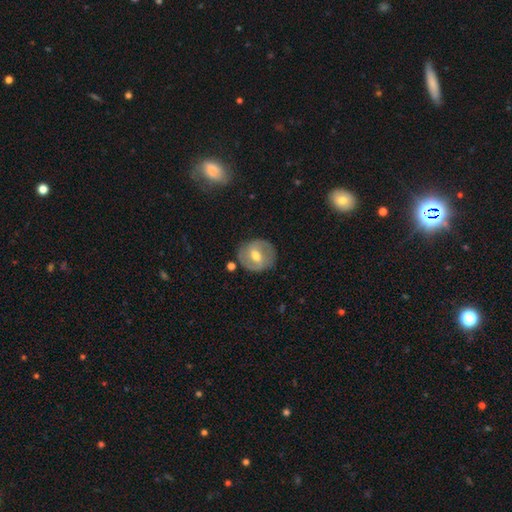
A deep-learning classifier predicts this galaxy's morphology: Q: Smooth or featured?
A: featured or disk (53%); runner-up: smooth (40%)
Q: Edge-on disk?
A: no (95%); runner-up: yes (5%)
Q: Bar?
A: weak (49%); runner-up: strong (28%)
Q: Spiral arms?
A: yes (51%); runner-up: no (49%)
Q: Bulge size?
A: moderate (75%); runner-up: small (15%)
Q: Merging?
A: none (80%); runner-up: minor disturbance (13%)